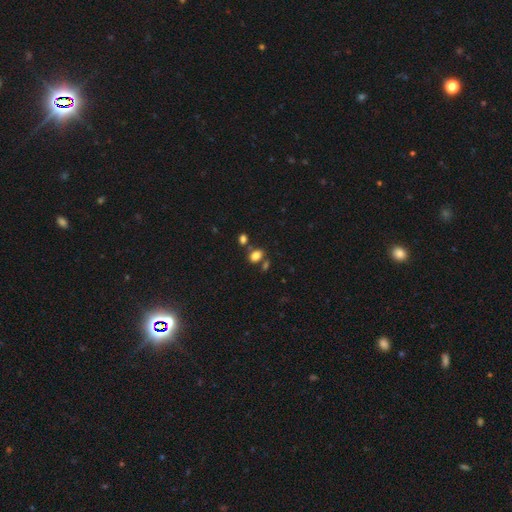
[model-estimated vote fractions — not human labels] Smooth or featured: smooth — 81% (star or artifact — 13%)
How rounded: in between — 79% (round — 20%)
Merging: none — 66% (merger — 18%)